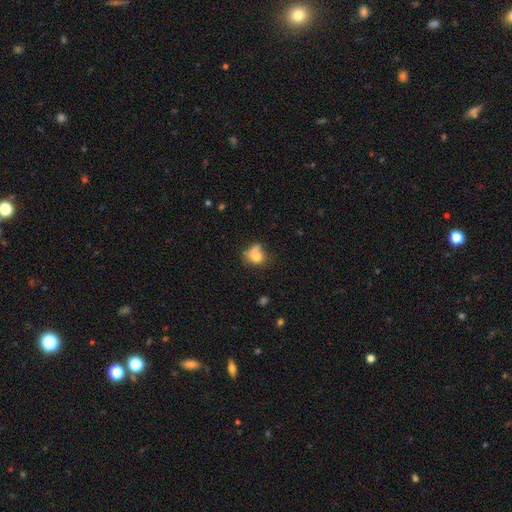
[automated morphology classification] A smooth galaxy with no disk features (73%) that is round (58%). Merging: none (36%).